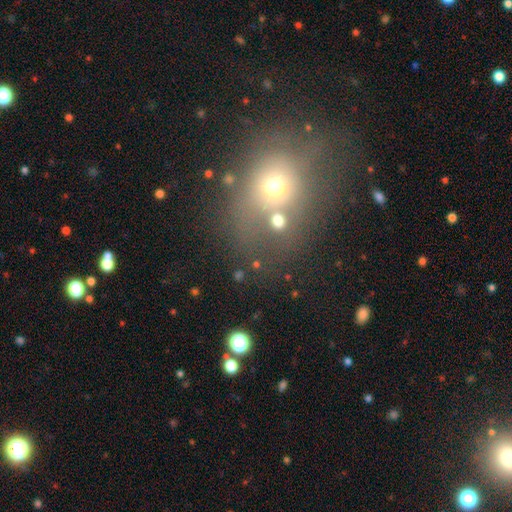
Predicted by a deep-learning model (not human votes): Morphology: type=smooth (51%); roundness=round (64%); merging=none (56%).